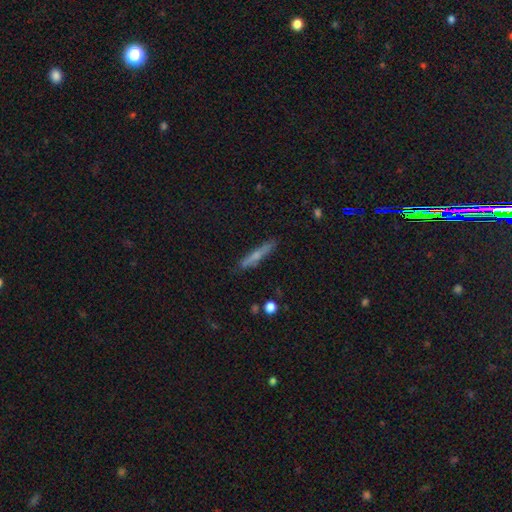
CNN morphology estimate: type=smooth (55%); roundness=cigar-shaped (92%); merging=none (85%).